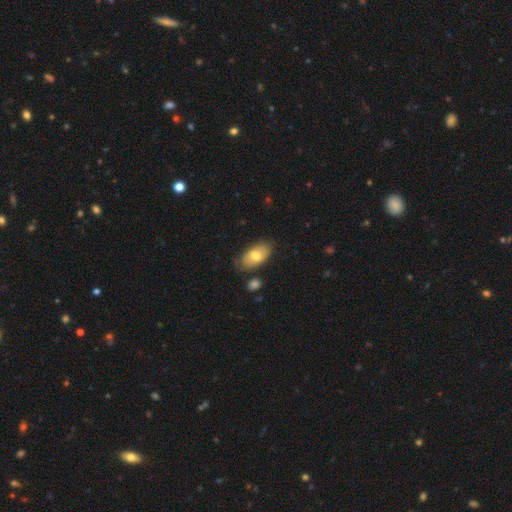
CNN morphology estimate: Smooth or featured: smooth — 71% (featured or disk — 22%)
How rounded: in between — 93% (round — 4%)
Merging: none — 77% (minor disturbance — 15%)